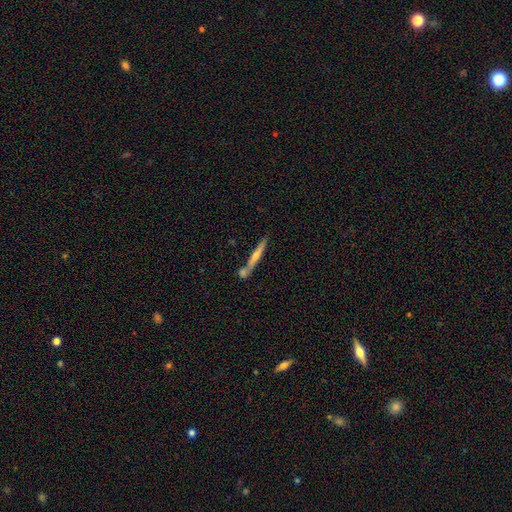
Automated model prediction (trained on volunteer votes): Smooth or featured: featured or disk — 58% (smooth — 35%)
Edge-on disk: yes — 94% (no — 6%)
Edge-on bulge: rounded — 69% (none — 25%)
Merging: none — 64% (merger — 21%)